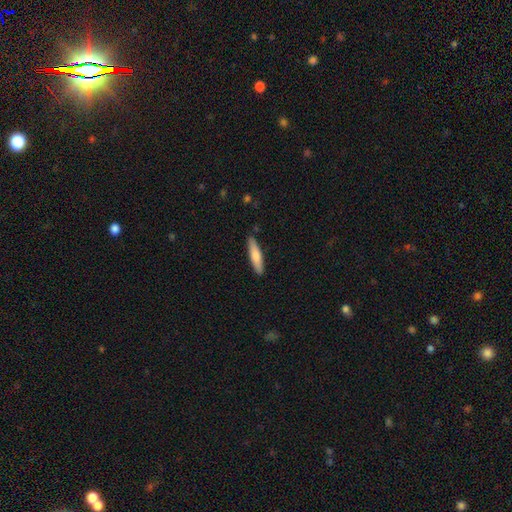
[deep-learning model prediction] A smooth galaxy with no disk features (72%) that is cigar-shaped (80%). Merging: none (87%).